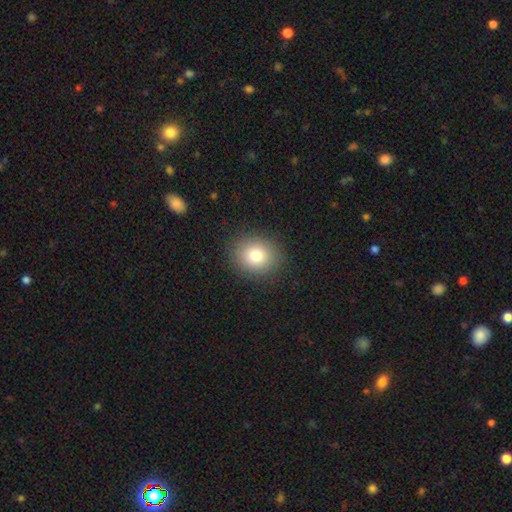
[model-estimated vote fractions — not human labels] The model was most divided on "how rounded": round: 72%, in between: 28%, cigar-shaped: 1%. More confident: merging — none (89%); smooth or featured — smooth (80%).